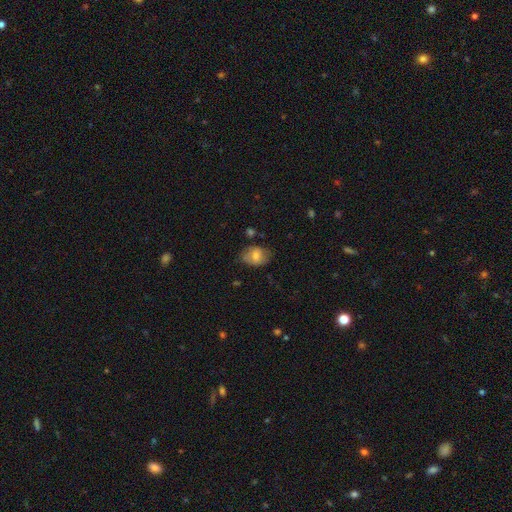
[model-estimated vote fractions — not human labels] A smooth galaxy with no disk features (69%) that is in between round and cigar-shaped (72%). Merging: none (71%).